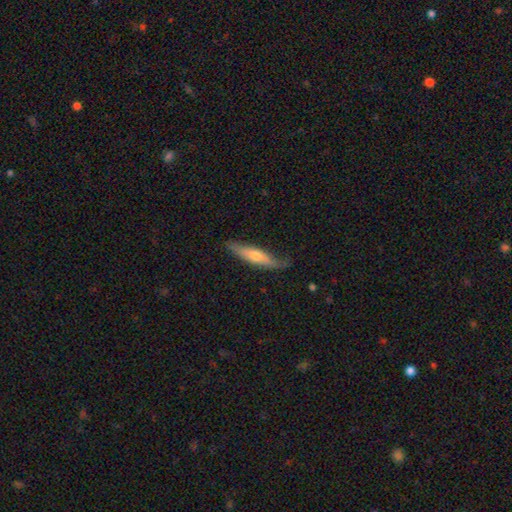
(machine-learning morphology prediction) smooth-or-featured: smooth: 50% | featured or disk: 44% | star or artifact: 5%
  how-rounded: cigar-shaped: 81% | in between: 17% | round: 2%
  merging: none: 72% | minor disturbance: 21% | major disturbance: 5% | merger: 2%